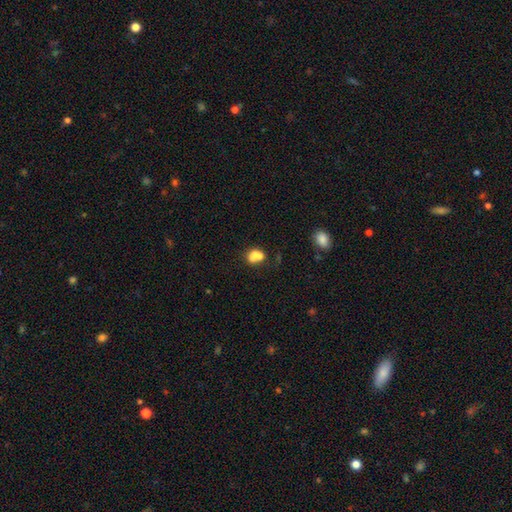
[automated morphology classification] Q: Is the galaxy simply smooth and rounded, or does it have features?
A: smooth — 70%.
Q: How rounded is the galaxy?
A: in between — 58%.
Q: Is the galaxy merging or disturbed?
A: merger — 49%.